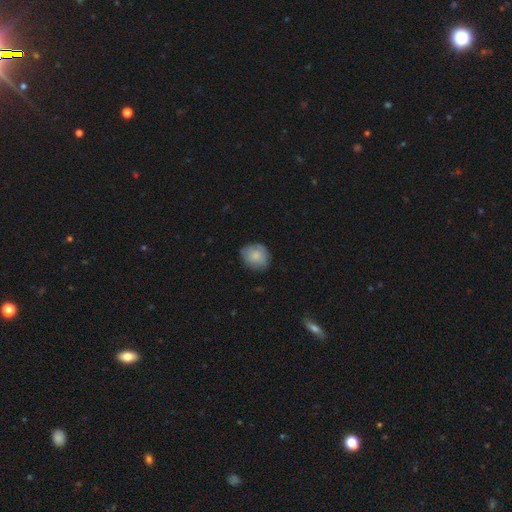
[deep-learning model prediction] Smooth or featured?
  - smooth: 81% *
  - featured or disk: 12%
  - star or artifact: 7%
How rounded?
  - round: 65% *
  - in between: 34%
  - cigar-shaped: 1%
Merging?
  - none: 78% *
  - minor disturbance: 17%
  - major disturbance: 3%
  - merger: 1%